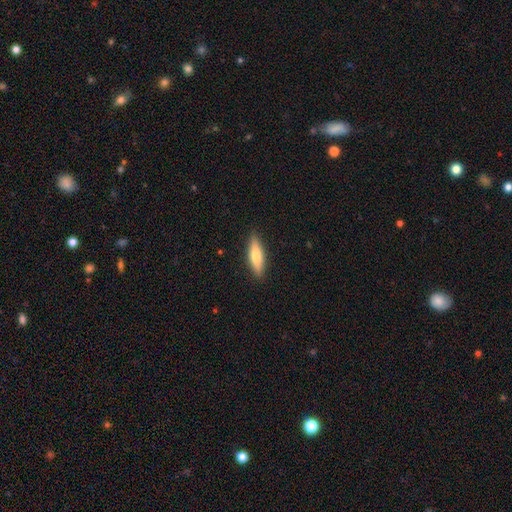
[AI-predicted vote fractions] Q: Smooth or featured?
A: smooth (72%); runner-up: featured or disk (23%)
Q: How rounded?
A: cigar-shaped (61%); runner-up: in between (37%)
Q: Merging?
A: none (89%); runner-up: minor disturbance (8%)